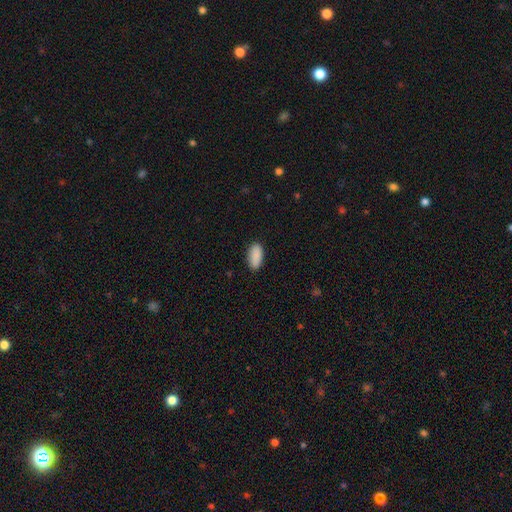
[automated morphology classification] smooth 90%, star or artifact 7%, featured or disk 3%. Down the decision tree: how rounded — in between (92%); merging — none (88%).